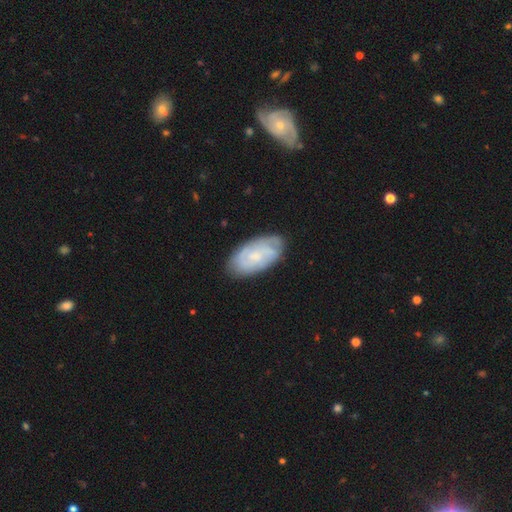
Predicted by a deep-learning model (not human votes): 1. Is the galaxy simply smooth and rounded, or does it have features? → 57% featured or disk, 36% smooth, 6% star or artifact.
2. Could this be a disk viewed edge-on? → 94% no, 6% yes.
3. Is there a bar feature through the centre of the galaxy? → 69% no, 27% weak, 4% strong.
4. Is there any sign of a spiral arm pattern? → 80% yes, 20% no.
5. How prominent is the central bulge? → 57% small, 28% moderate, 12% none, 3% large, 1% dominant.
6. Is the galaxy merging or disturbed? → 77% none, 17% minor disturbance, 4% major disturbance, 1% merger.